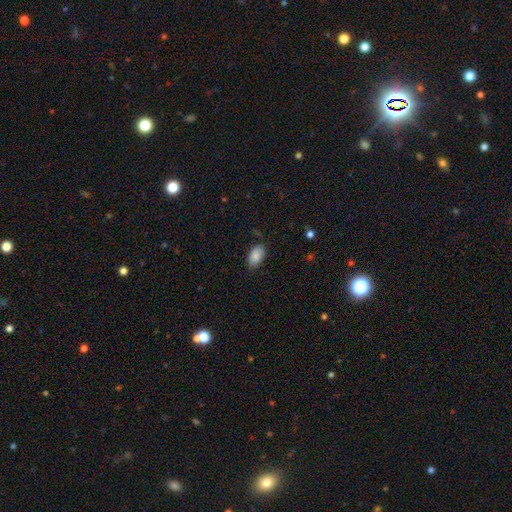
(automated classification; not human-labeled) Overall: smooth (88%). How rounded: in between (93%). Merging: none (78%).